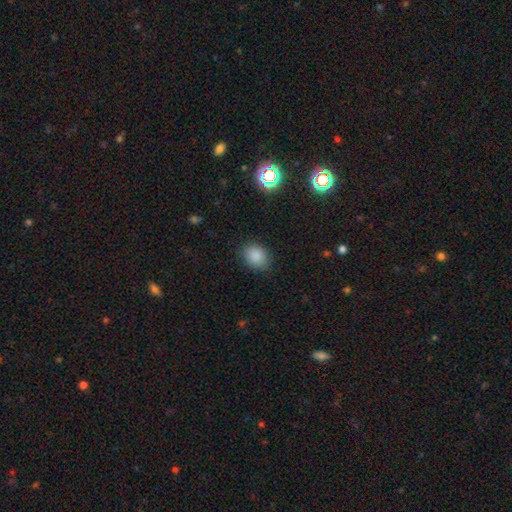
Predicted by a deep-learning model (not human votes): Smooth or featured?
  - smooth: 86% *
  - star or artifact: 10%
  - featured or disk: 4%
How rounded?
  - in between: 52% *
  - round: 47%
  - cigar-shaped: 1%
Merging?
  - none: 87% *
  - minor disturbance: 9%
  - major disturbance: 3%
  - merger: 1%